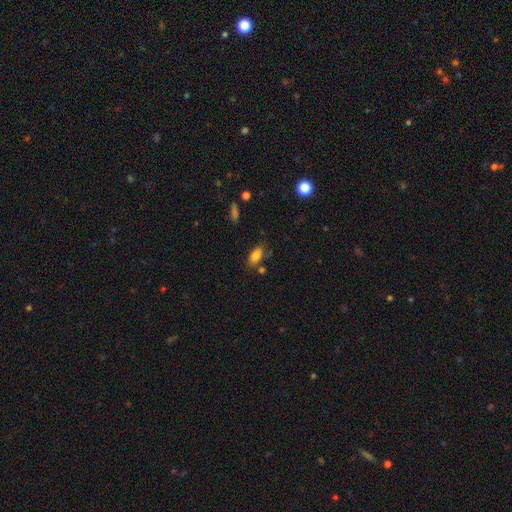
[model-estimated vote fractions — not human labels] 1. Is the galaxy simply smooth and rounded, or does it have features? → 83% smooth, 9% star or artifact, 8% featured or disk.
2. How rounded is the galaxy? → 89% in between, 6% cigar-shaped, 4% round.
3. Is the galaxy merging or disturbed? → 69% none, 18% minor disturbance, 7% merger, 6% major disturbance.